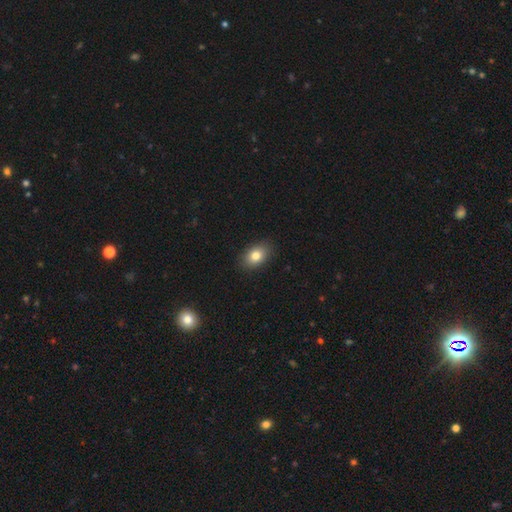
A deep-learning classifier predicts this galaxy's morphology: This is clearly a smooth galaxy (81%). How rounded: clearly in between (81%). Merging: clearly none (89%).